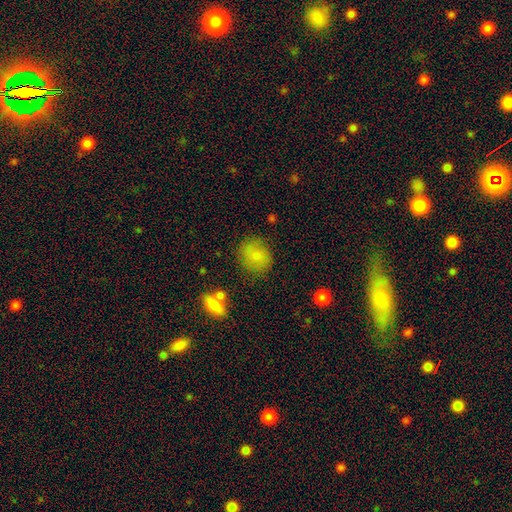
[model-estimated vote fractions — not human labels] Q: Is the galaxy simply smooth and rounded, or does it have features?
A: smooth — 81%.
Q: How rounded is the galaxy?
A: round — 76%.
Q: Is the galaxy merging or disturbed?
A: none — 79%.